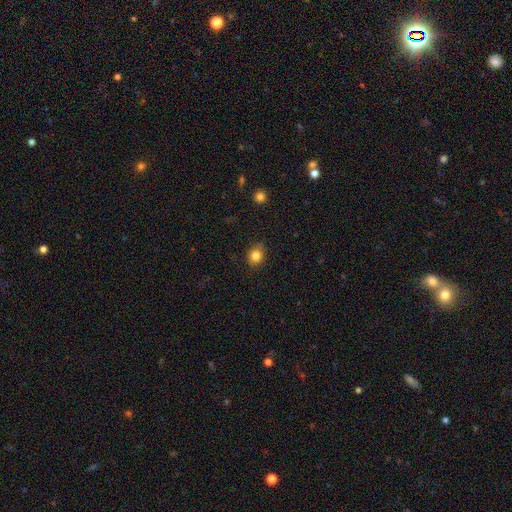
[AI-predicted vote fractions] A smooth galaxy with no disk features (83%) that is round (72%). Merging: none (84%).